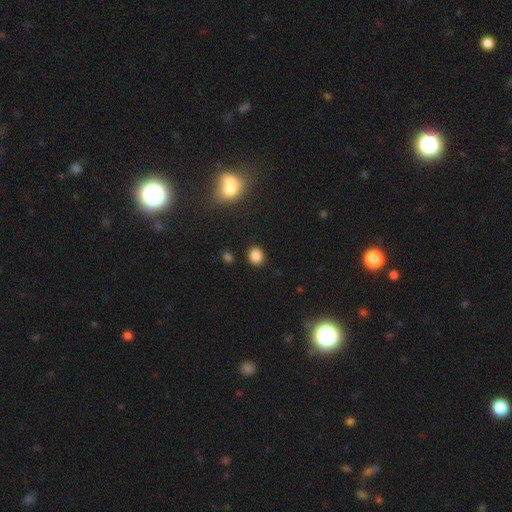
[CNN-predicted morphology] A smooth galaxy with no disk features (85%) that is round (70%).

Vote fractions:
- Smooth or featured? smooth: 85% / star or artifact: 11% / featured or disk: 4%
- How rounded? round: 70% / in between: 29% / cigar-shaped: 1%
- Merging? none: 88% / minor disturbance: 7% / major disturbance: 2% / merger: 2%